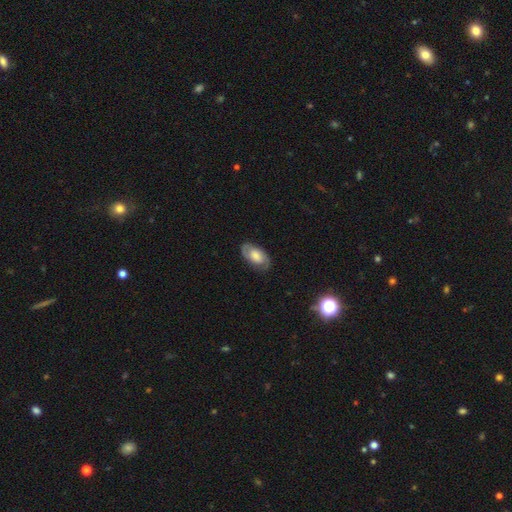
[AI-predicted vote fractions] Smooth or featured: featured or disk — 50% (smooth — 43%)
Edge-on disk: no — 93% (yes — 7%)
Merging: none — 80% (minor disturbance — 15%)